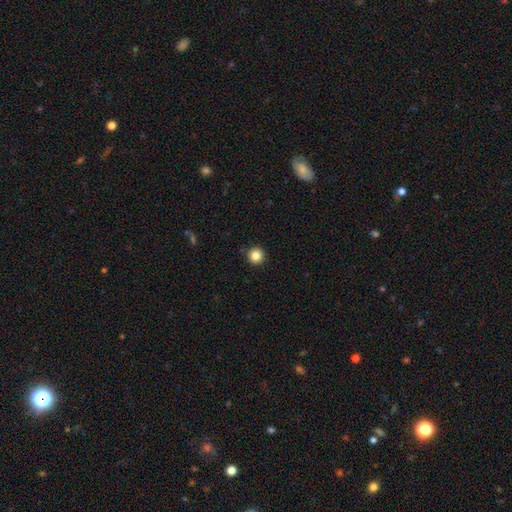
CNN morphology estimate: A smooth galaxy with no disk features (85%) that is round (96%).

Vote fractions:
- Smooth or featured? smooth: 85% / star or artifact: 11% / featured or disk: 4%
- How rounded? round: 96% / in between: 3% / cigar-shaped: 1%
- Merging? none: 92% / minor disturbance: 5% / major disturbance: 2% / merger: 1%